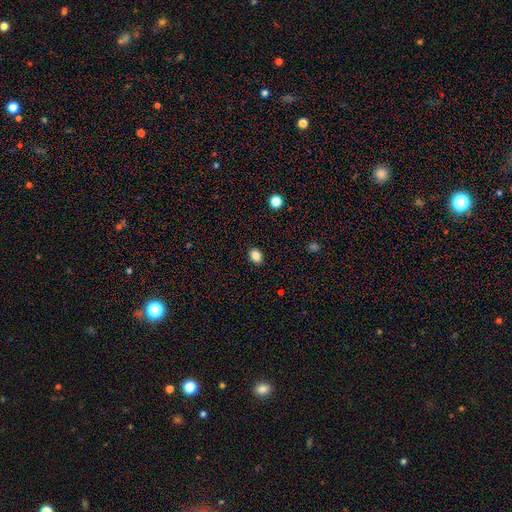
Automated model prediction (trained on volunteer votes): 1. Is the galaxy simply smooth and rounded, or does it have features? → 85% smooth, 10% star or artifact, 4% featured or disk.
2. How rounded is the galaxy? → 59% in between, 40% round, 1% cigar-shaped.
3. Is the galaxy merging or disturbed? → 90% none, 7% minor disturbance, 2% major disturbance, 1% merger.